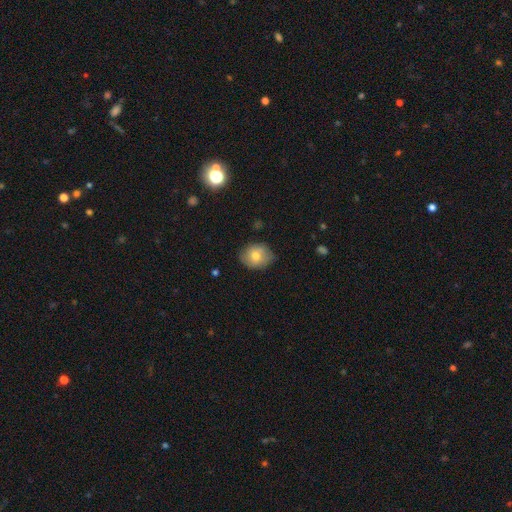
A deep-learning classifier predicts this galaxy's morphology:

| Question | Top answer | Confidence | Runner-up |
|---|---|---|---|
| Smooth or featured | smooth | 72% | featured or disk (20%) |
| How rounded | round | 57% | in between (42%) |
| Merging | none | 75% | minor disturbance (20%) |